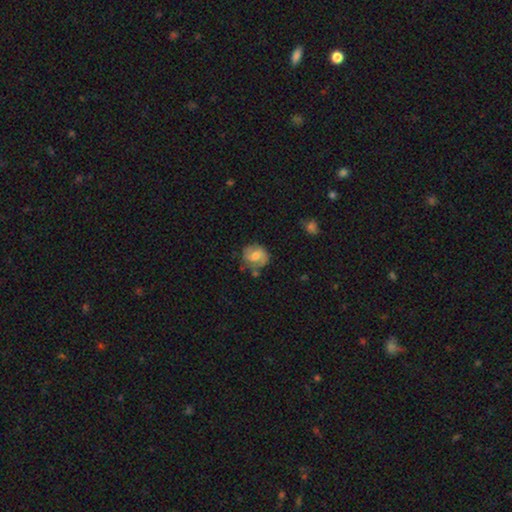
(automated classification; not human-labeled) A featured or disk galaxy (48%).

Vote fractions:
- Smooth or featured? featured or disk: 48% / smooth: 44% / star or artifact: 8%
- Merging? none: 60% / minor disturbance: 24% / major disturbance: 10% / merger: 5%